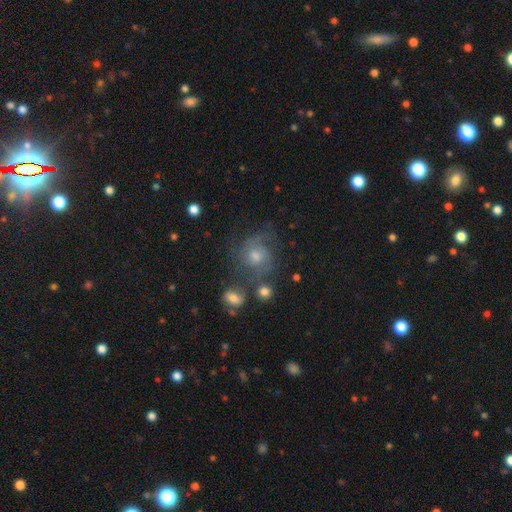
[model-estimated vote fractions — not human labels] The model was most divided on "spiral arm count" (2-way tie): 2: 31%, can't tell: 31%, 3: 22%, 4: 6%, 1: 6%, more than 4: 5%. Remaining: edge-on disk — no (97%); spiral arms — yes (89%); bar — no (75%); smooth or featured — featured or disk (63%); merging — none (60%); bulge size — moderate (58%); spiral winding — medium (44%).